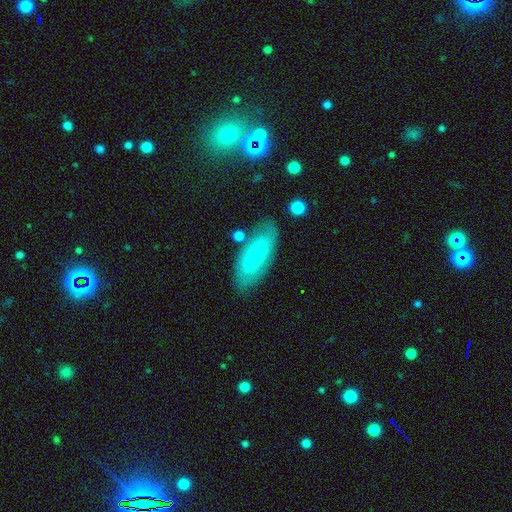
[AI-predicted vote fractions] smooth_or_featured: featured or disk (p=0.49) [alt: smooth p=0.44]
merging: none (p=0.74) [alt: minor disturbance p=0.18]